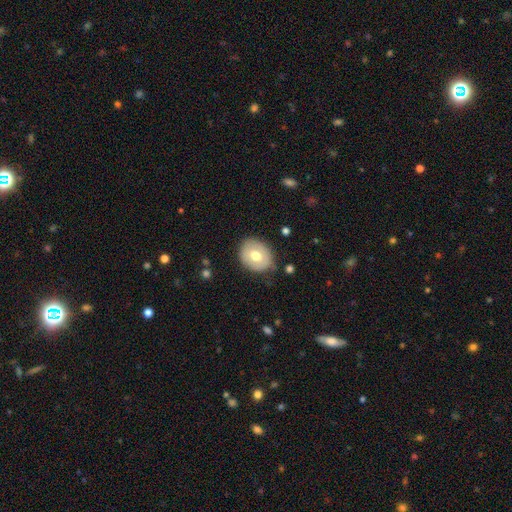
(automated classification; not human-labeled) This appears to be a smooth galaxy with no disk features (64%) that is round (61%). Merging: none (79%).